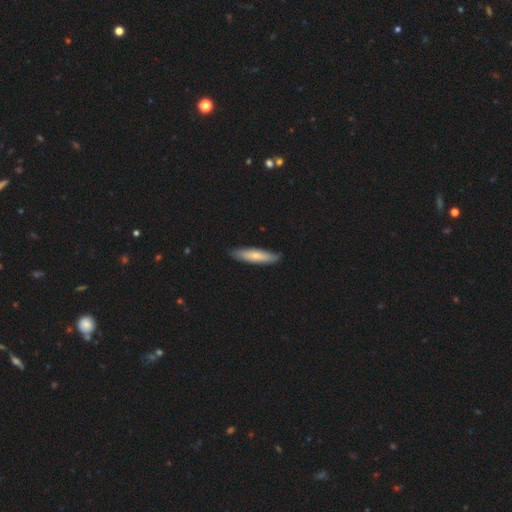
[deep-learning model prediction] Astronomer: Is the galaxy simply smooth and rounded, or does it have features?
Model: smooth — 67%.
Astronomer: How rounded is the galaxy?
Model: cigar-shaped — 78%.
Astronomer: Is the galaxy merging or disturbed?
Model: none — 86%.